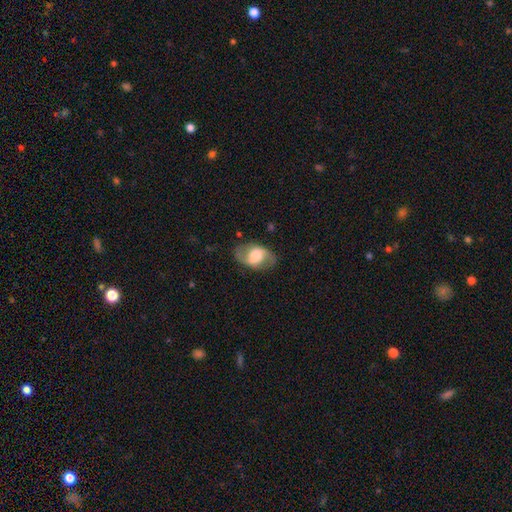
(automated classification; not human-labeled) Smooth or featured: featured or disk — 59% (smooth — 34%)
Edge-on disk: no — 93% (yes — 7%)
Bar: no — 49% (weak — 36%)
Spiral arms: yes — 75% (no — 25%)
Bulge size: large — 44% (moderate — 31%)
Merging: none — 77% (minor disturbance — 15%)